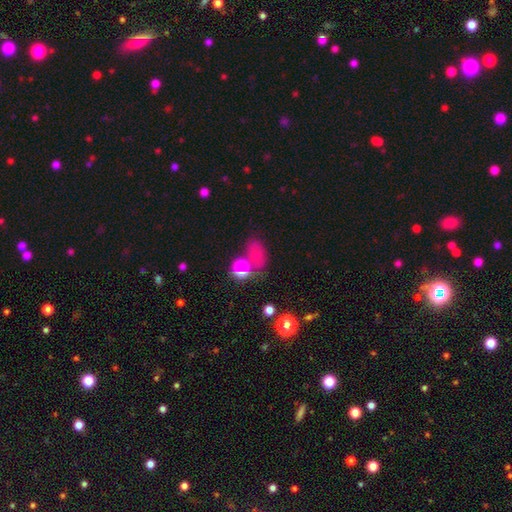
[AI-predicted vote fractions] smooth 46%, star or artifact 34%, featured or disk 20%. Down the decision tree: merging — none (47%).